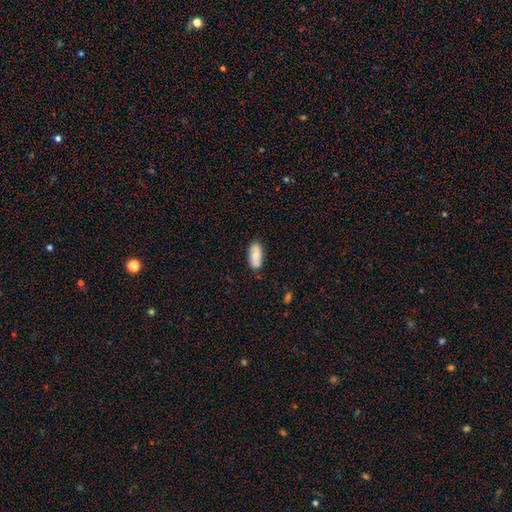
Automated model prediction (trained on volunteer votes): This appears to be a smooth galaxy with no disk features (78%) that is in between round and cigar-shaped (87%). Merging: none (83%).